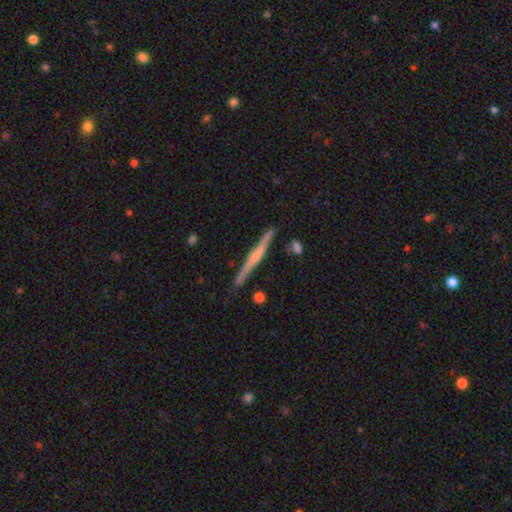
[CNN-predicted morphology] Smooth or featured? Predicted: featured or disk (p=0.67). Edge-on disk? Predicted: yes (p=0.98). Edge-on bulge? Predicted: rounded (p=0.49). Merging? Predicted: none (p=0.87).